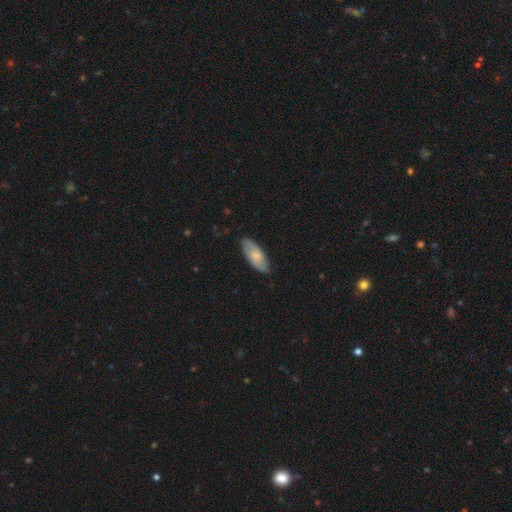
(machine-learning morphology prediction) Smooth or featured? smooth (60%)
How rounded? in between (81%)
Merging? none (82%)